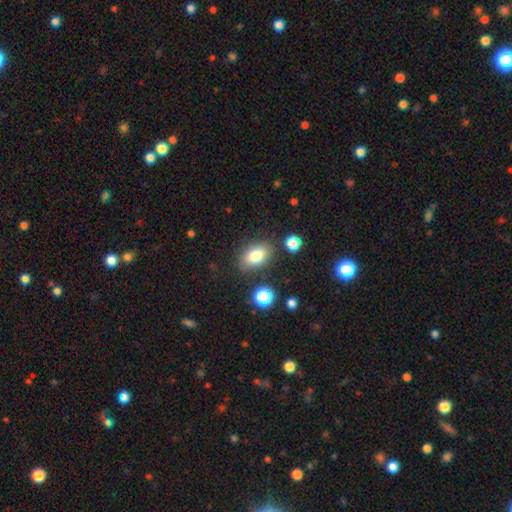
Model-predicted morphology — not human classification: type=smooth (79%); roundness=in between (83%); merging=none (81%).